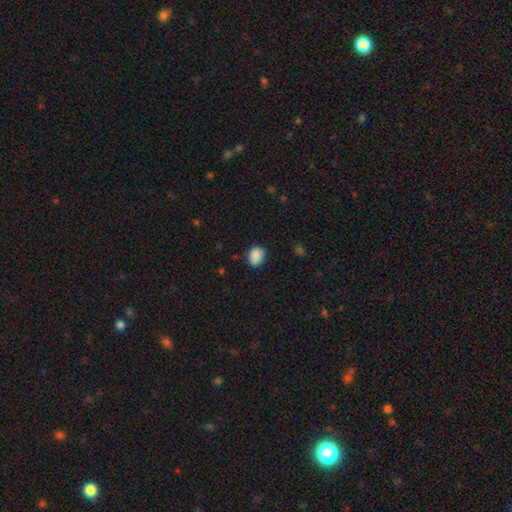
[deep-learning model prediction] Smooth or featured?
  - smooth: 86% *
  - star or artifact: 9%
  - featured or disk: 5%
How rounded?
  - in between: 54% *
  - round: 45%
  - cigar-shaped: 1%
Merging?
  - none: 71% *
  - minor disturbance: 22%
  - major disturbance: 4%
  - merger: 3%